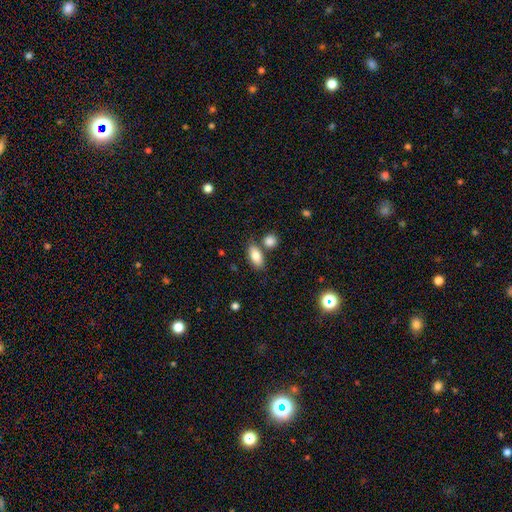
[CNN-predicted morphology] type=smooth (83%); roundness=in between (88%); merging=none (71%).